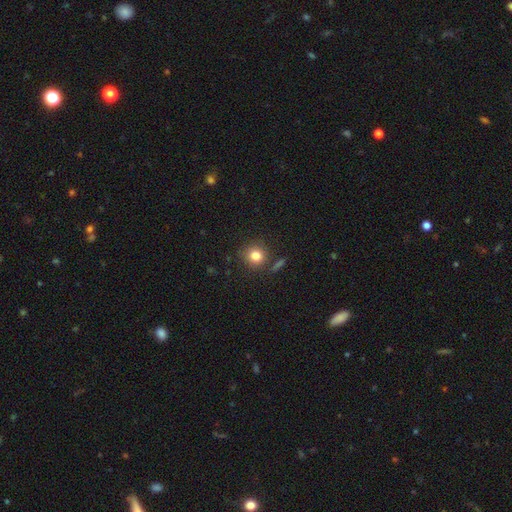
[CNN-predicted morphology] Overall: smooth (80%). How rounded: round (89%). Merging: none (81%).